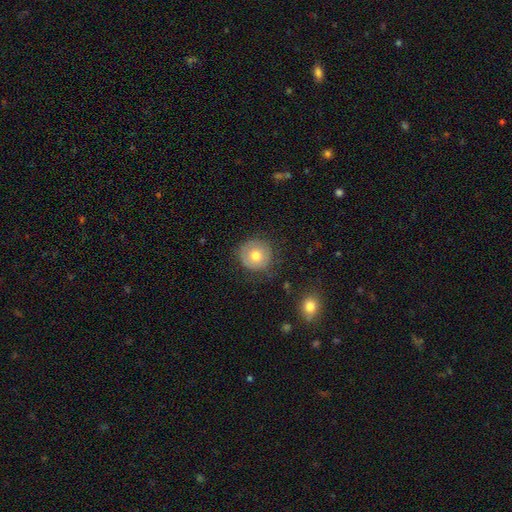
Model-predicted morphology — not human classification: smooth-or-featured: smooth: 69% | featured or disk: 23% | star or artifact: 8%
  how-rounded: round: 94% | in between: 5% | cigar-shaped: 1%
  merging: none: 79% | minor disturbance: 15% | major disturbance: 5% | merger: 1%